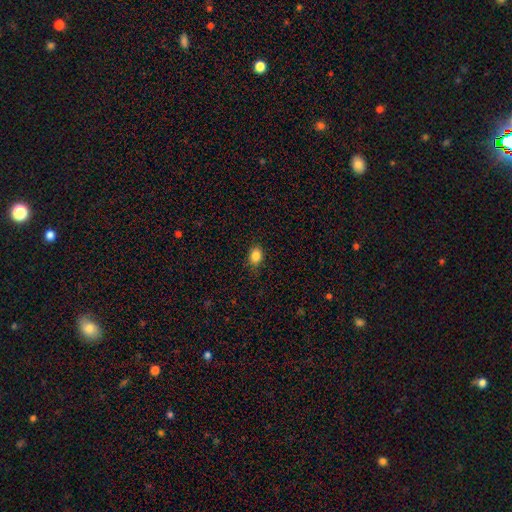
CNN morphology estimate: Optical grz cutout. It shows a smooth galaxy with no disk features (86%) that is in between round and cigar-shaped (65%). Merging: none (83%).